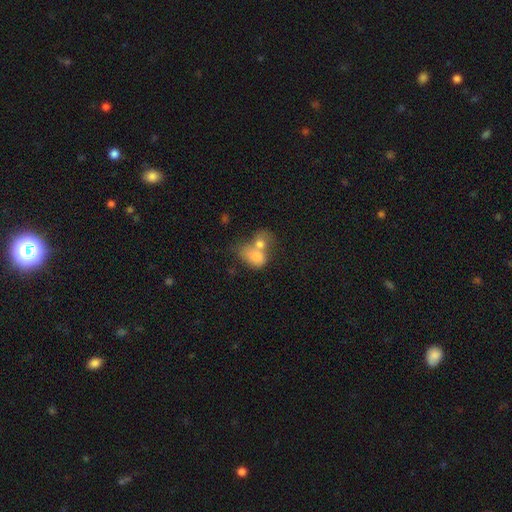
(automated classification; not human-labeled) Smooth or featured? smooth (73%)
How rounded? in between (64%)
Merging? merger (68%)